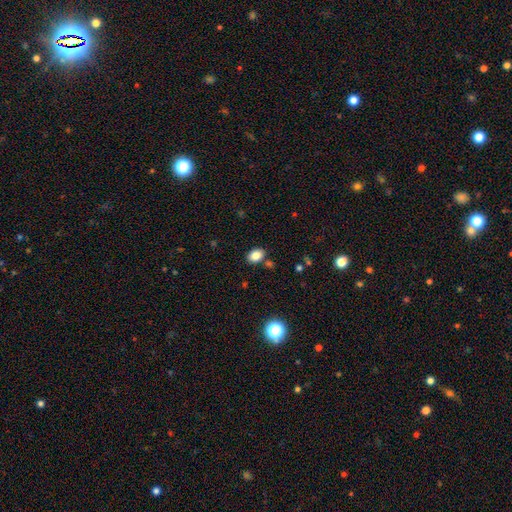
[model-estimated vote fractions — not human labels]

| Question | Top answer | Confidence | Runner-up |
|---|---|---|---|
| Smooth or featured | smooth | 84% | star or artifact (10%) |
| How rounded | in between | 76% | round (23%) |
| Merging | none | 81% | minor disturbance (11%) |